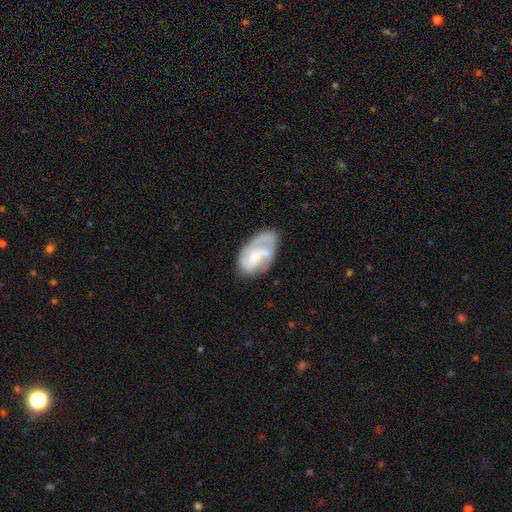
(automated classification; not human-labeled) This appears to be a featured or disk galaxy (59%) with no bar (62%), spiral arms (73%) and a small central bulge (39%). Merging: none (48%).